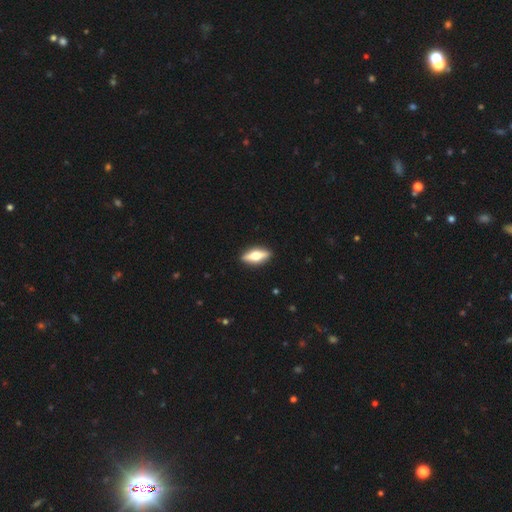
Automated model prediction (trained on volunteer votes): This appears to be a featured or disk galaxy (54%) viewed edge-on (91%). Merging: none (91%).